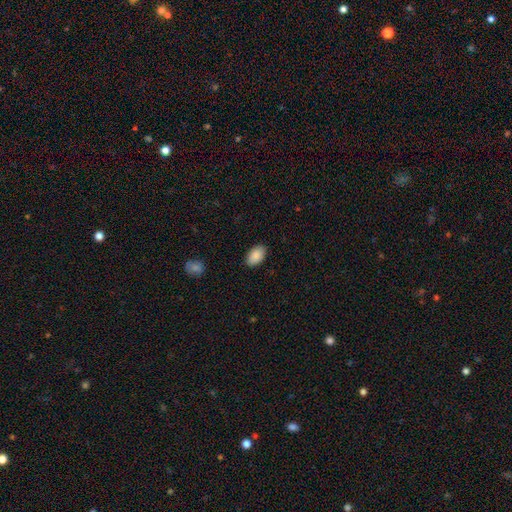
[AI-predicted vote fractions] smooth-or-featured: smooth: 89% | star or artifact: 6% | featured or disk: 4%
  how-rounded: in between: 93% | round: 5% | cigar-shaped: 1%
  merging: none: 87% | minor disturbance: 10% | major disturbance: 2% | merger: 1%